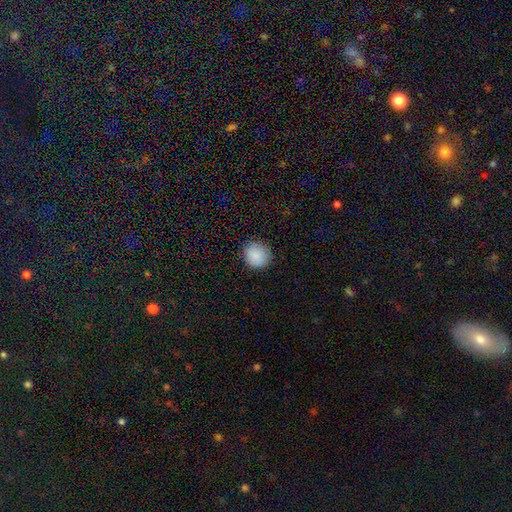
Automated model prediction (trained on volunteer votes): Morphology: type=smooth (88%); roundness=round (88%); merging=none (87%).